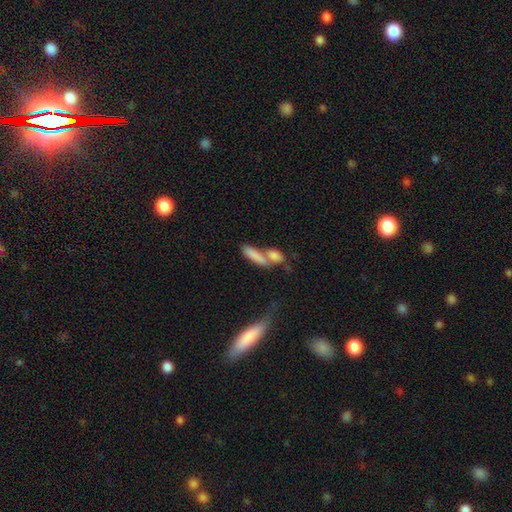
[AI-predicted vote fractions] Q: Smooth or featured?
A: smooth (79%); runner-up: featured or disk (13%)
Q: How rounded?
A: cigar-shaped (49%); runner-up: in between (46%)
Q: Merging?
A: merger (51%); runner-up: none (33%)